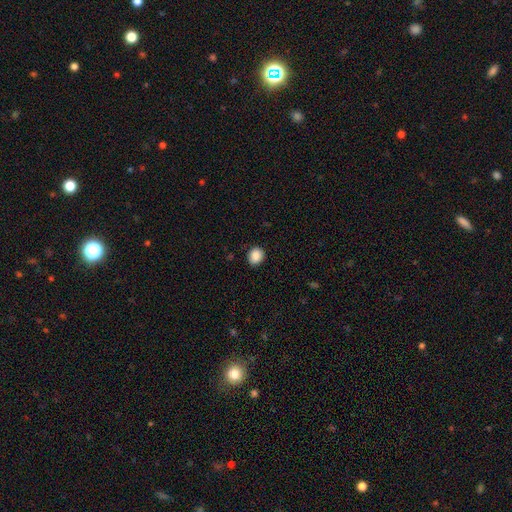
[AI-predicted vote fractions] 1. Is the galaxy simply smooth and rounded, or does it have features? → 88% smooth, 9% star or artifact, 3% featured or disk.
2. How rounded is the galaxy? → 67% round, 32% in between, 1% cigar-shaped.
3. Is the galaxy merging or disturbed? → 88% none, 9% minor disturbance, 2% major disturbance, 1% merger.